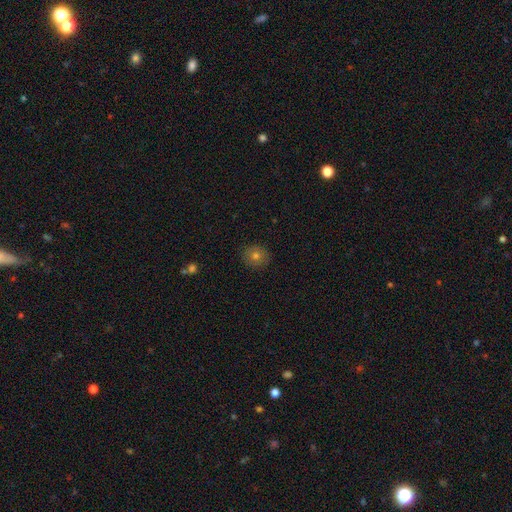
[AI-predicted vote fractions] The model was most divided on "smooth or featured": smooth: 74%, star or artifact: 13%, featured or disk: 12%. More confident: merging — none (90%); how rounded — round (88%).